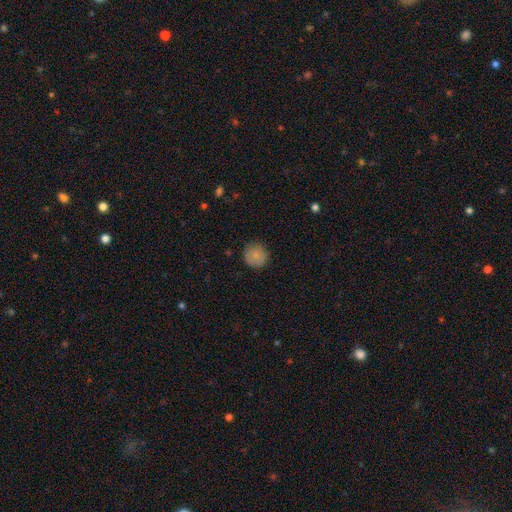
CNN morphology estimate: Smooth or featured: smooth — 83% (featured or disk — 9%)
How rounded: round — 92% (in between — 7%)
Merging: none — 82% (minor disturbance — 14%)